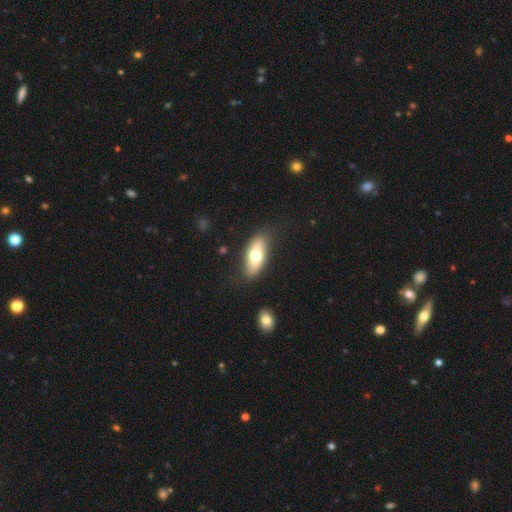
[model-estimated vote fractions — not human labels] Smooth or featured?
  - smooth: 66% *
  - featured or disk: 28%
  - star or artifact: 6%
How rounded?
  - in between: 80% *
  - cigar-shaped: 17%
  - round: 4%
Merging?
  - none: 82% *
  - minor disturbance: 13%
  - major disturbance: 3%
  - merger: 2%